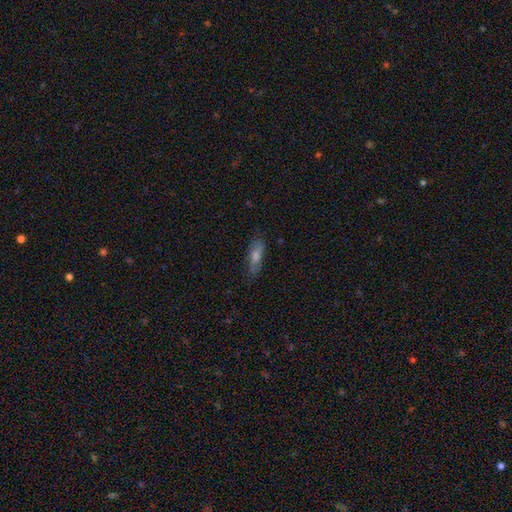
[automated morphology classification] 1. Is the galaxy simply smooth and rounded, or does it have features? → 58% smooth, 32% featured or disk, 10% star or artifact.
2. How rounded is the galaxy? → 51% in between, 46% cigar-shaped, 3% round.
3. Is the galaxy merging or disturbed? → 73% none, 20% minor disturbance, 5% major disturbance, 2% merger.